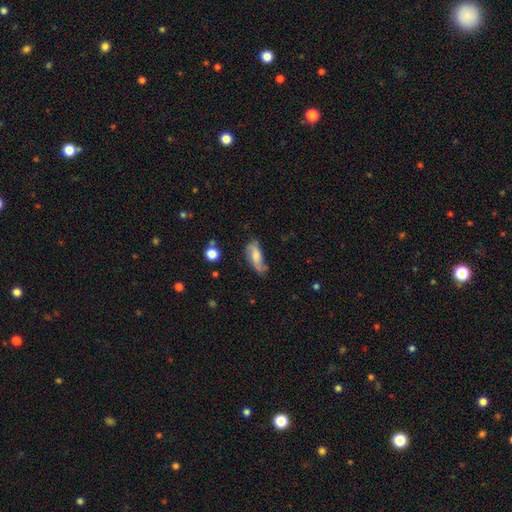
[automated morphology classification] Smooth or featured? featured or disk (52%)
Edge-on disk? no (89%)
Merging? none (54%)